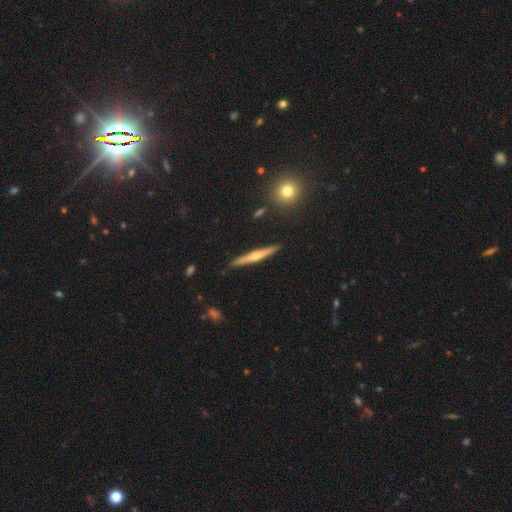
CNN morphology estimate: Overall: featured or disk (69%). Edge-on disk: yes (98%). Edge-on bulge: rounded (86%). Merging: none (90%).